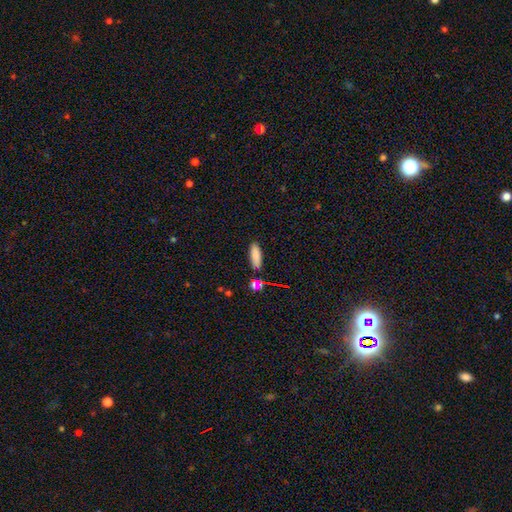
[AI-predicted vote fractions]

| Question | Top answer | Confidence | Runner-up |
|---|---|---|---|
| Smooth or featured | smooth | 82% | star or artifact (11%) |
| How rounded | in between | 60% | cigar-shaped (37%) |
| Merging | none | 80% | minor disturbance (12%) |